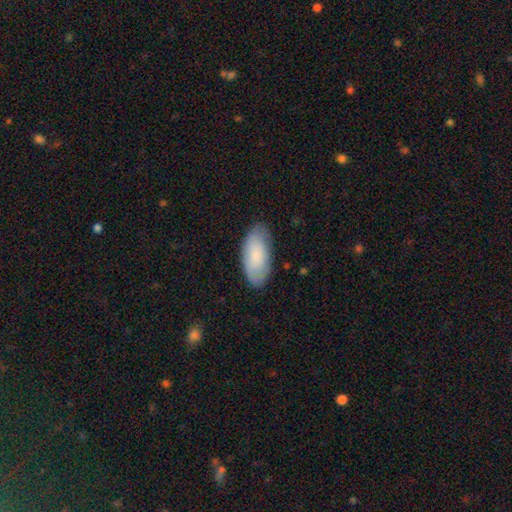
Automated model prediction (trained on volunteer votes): smooth-or-featured: smooth: 77% | featured or disk: 17% | star or artifact: 6%
  how-rounded: in between: 92% | cigar-shaped: 6% | round: 2%
  merging: none: 79% | minor disturbance: 17% | major disturbance: 3% | merger: 1%